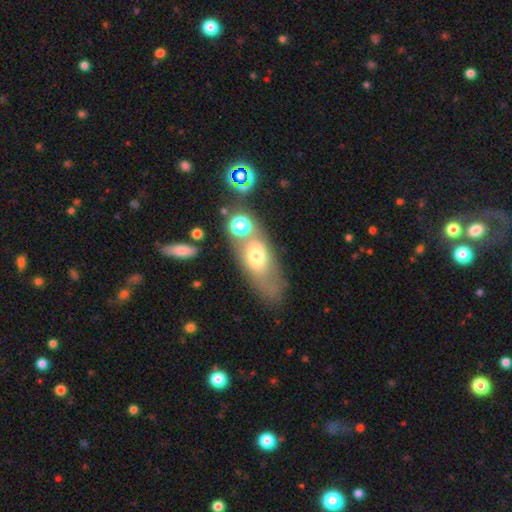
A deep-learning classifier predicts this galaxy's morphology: This appears to be a smooth galaxy with no disk features (57%) that is in between round and cigar-shaped (76%). Merging: none (44%).